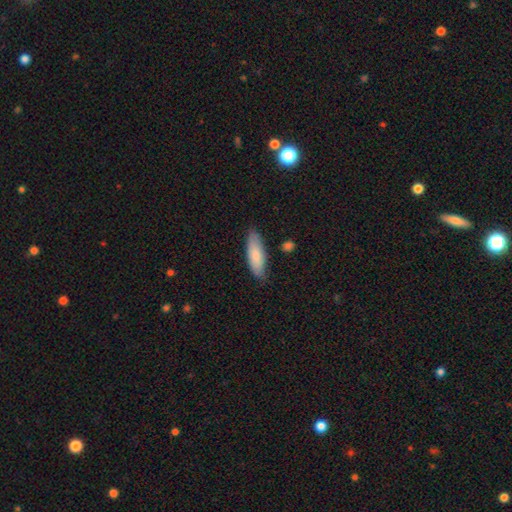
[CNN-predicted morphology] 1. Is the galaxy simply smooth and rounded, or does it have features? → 80% smooth, 14% featured or disk, 5% star or artifact.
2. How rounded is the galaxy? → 59% in between, 39% cigar-shaped, 2% round.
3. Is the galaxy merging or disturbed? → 80% none, 16% minor disturbance, 3% major disturbance, 2% merger.